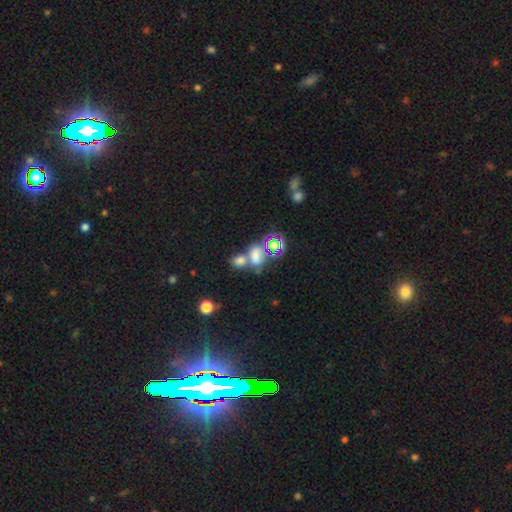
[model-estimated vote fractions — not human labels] Smooth or featured: smooth — 61% (star or artifact — 26%)
How rounded: in between — 68% (round — 30%)
Merging: merger — 55% (none — 28%)